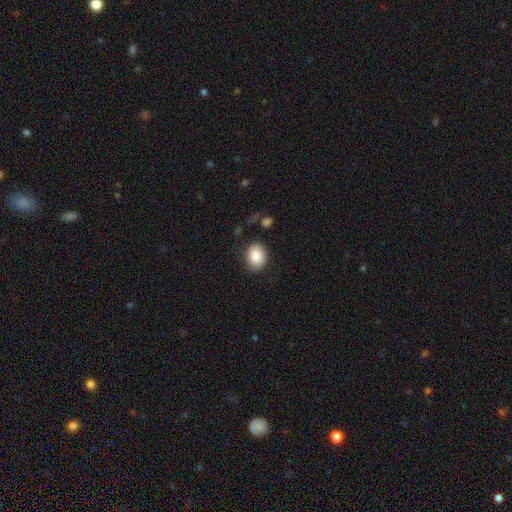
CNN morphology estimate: This is clearly a smooth galaxy (85%). How rounded: possibly in between (60%). Merging: likely none (80%).